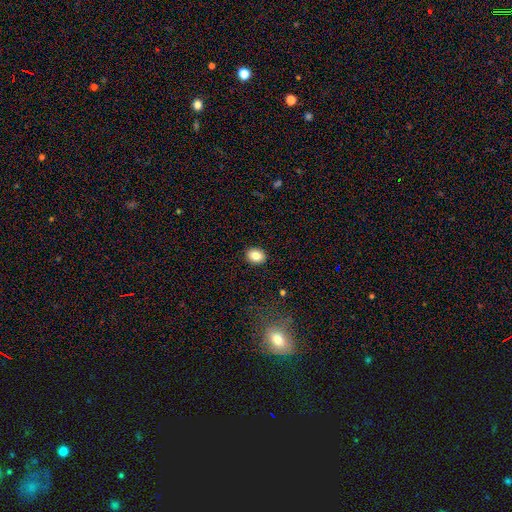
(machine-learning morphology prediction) This appears to be a smooth galaxy with no disk features (84%) that is in between round and cigar-shaped (53%). Merging: none (91%).